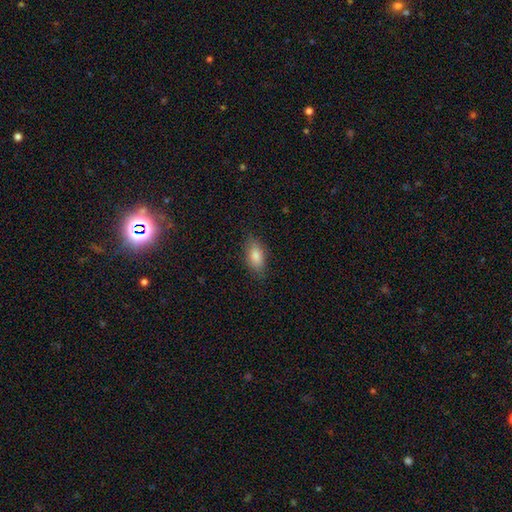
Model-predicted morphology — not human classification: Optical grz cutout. It shows a smooth galaxy with no disk features (81%) that is in between round and cigar-shaped (86%). Merging: none (83%).